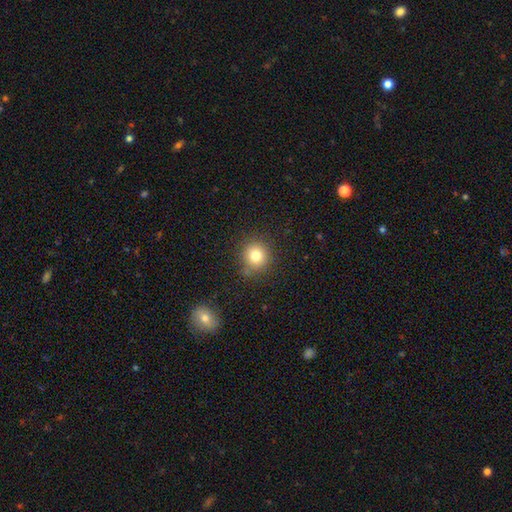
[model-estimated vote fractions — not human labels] Morphology: type=smooth (80%); roundness=round (88%); merging=none (81%).